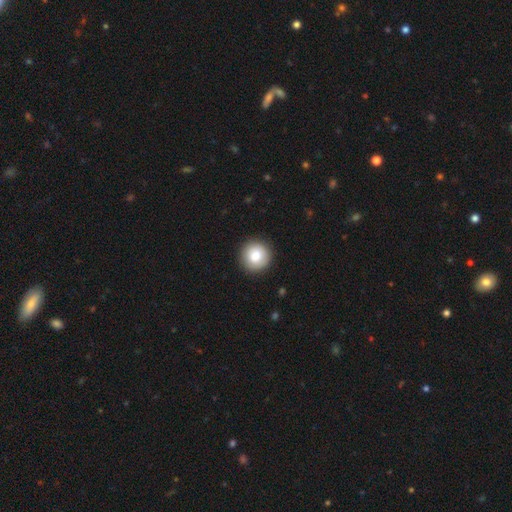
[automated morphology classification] Smooth or featured? Predicted: smooth (p=0.85). How rounded? Predicted: round (p=0.95). Merging? Predicted: none (p=0.92).